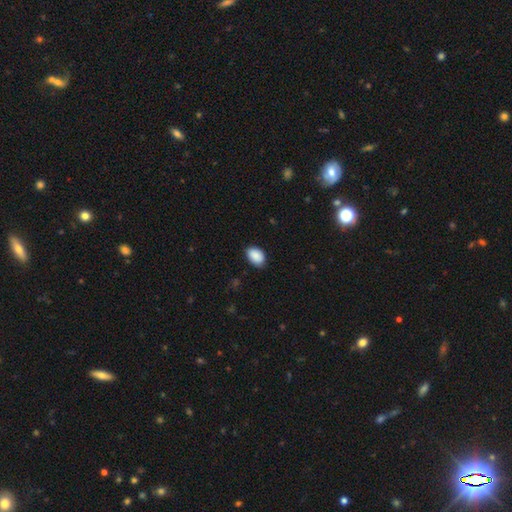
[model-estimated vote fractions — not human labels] Morphology: type=smooth (90%); roundness=in between (86%); merging=none (81%).